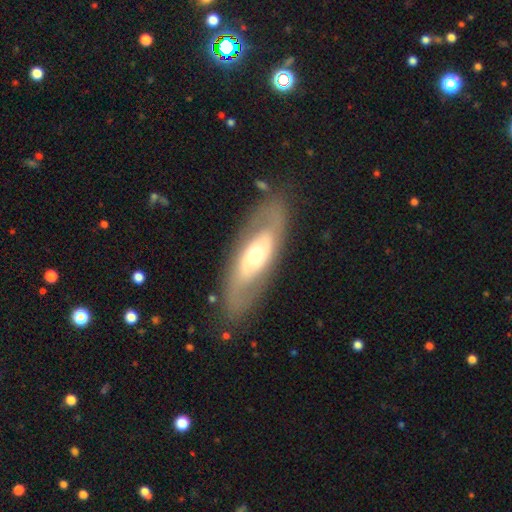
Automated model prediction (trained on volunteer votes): The model was most divided on "spiral arms": no: 54%, yes: 46%. More confident: edge-on disk — no (82%); merging — none (79%); bar — no (70%); smooth or featured — featured or disk (65%); bulge size — moderate (65%).